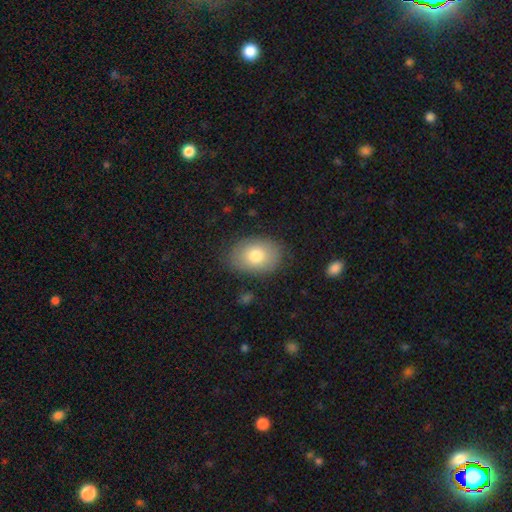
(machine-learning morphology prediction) smooth 78%, featured or disk 14%, star or artifact 8%. Down the decision tree: how rounded — in between (78%); merging — none (82%).